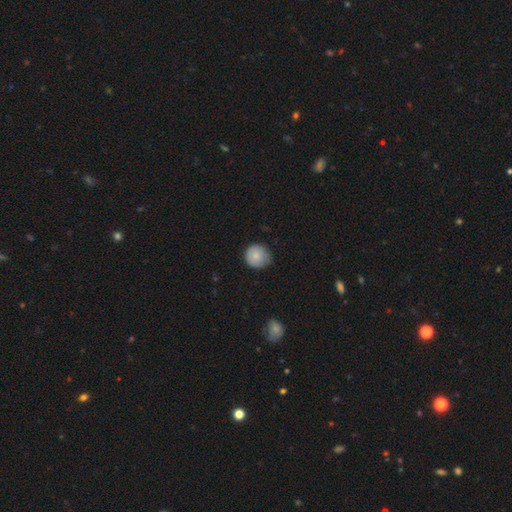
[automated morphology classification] smooth_or_featured: smooth (p=0.83) [alt: featured or disk p=0.10]
how_rounded: round (p=0.91) [alt: in between p=0.08]
merging: none (p=0.72) [alt: minor disturbance p=0.23]